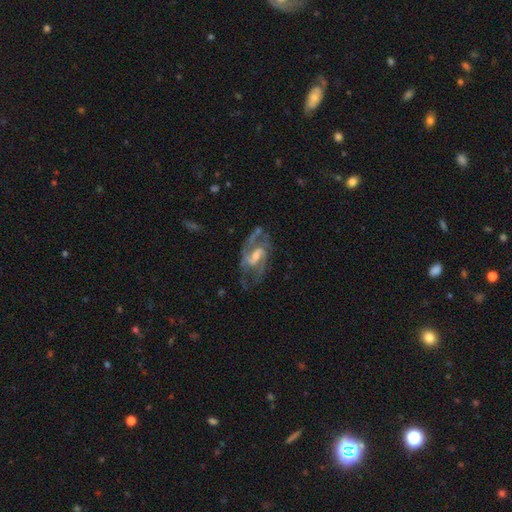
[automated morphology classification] type=featured or disk (86%); edge-on=no (96%); bar=weak (53%); spiral arms=yes (93%); winding=medium (53%); arm count=2 (71%); bulge=moderate (47%); merging=none (63%).